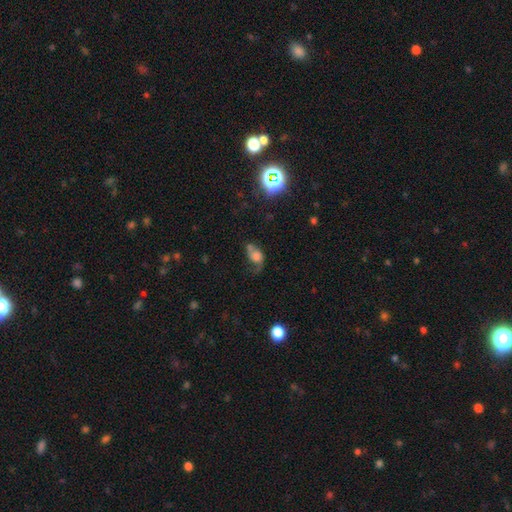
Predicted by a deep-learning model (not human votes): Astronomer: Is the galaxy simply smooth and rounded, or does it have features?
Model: smooth — 49% (runner-up: featured or disk, 36%).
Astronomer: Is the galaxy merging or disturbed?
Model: major disturbance — 35% (runner-up: none, 28%).